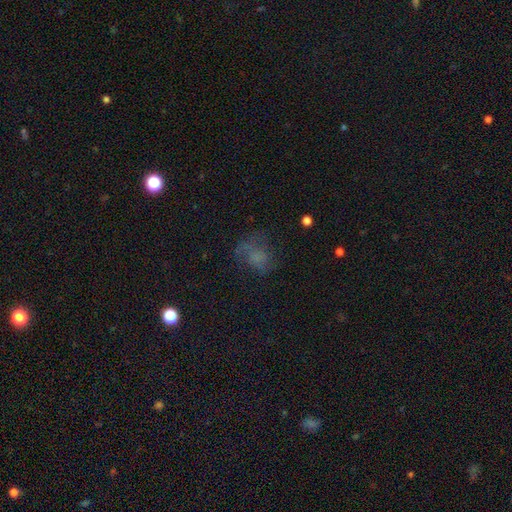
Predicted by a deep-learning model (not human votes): Overall: smooth (44%; featured or disk 33%). Merging: none (47%; major disturbance 29%).